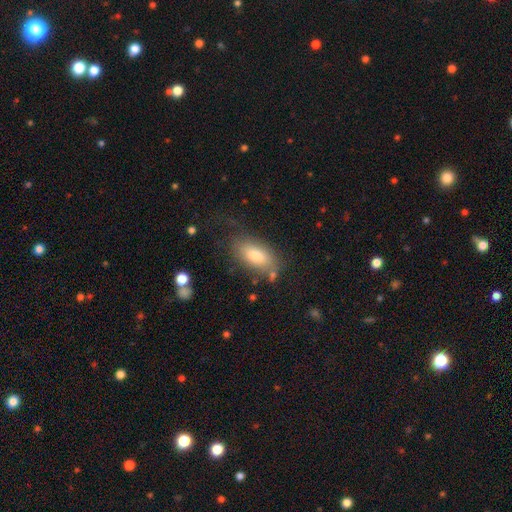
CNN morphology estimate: smooth_or_featured: smooth (p=0.76) [alt: featured or disk p=0.16]
how_rounded: in between (p=0.90) [alt: cigar-shaped p=0.06]
merging: none (p=0.67) [alt: minor disturbance p=0.20]